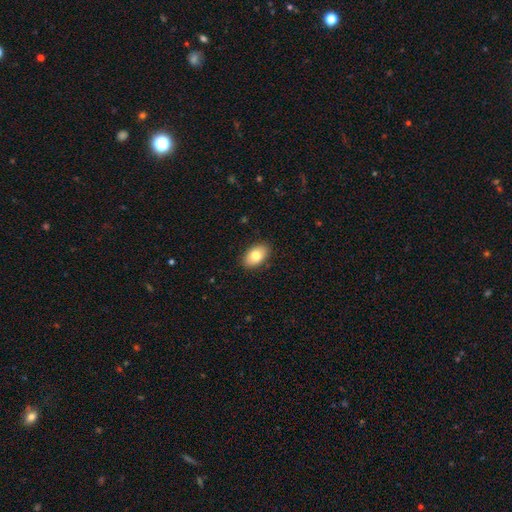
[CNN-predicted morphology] A smooth galaxy with no disk features (79%) that is in between round and cigar-shaped (91%).

Vote fractions:
- Smooth or featured? smooth: 79% / featured or disk: 14% / star or artifact: 7%
- How rounded? in between: 91% / round: 7% / cigar-shaped: 1%
- Merging? none: 88% / minor disturbance: 9% / major disturbance: 2% / merger: 1%